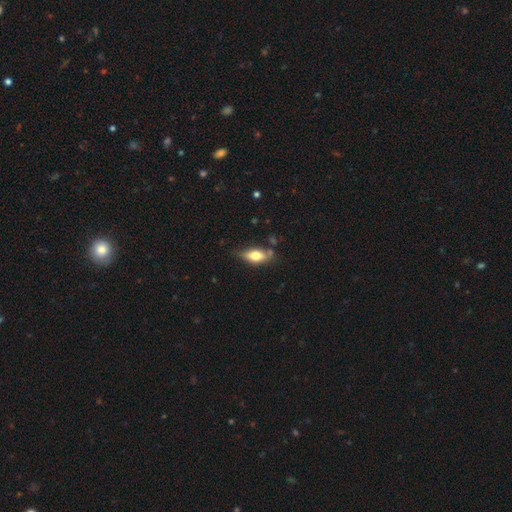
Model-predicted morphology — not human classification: A smooth galaxy with no disk features (62%) that is in between round and cigar-shaped (78%). Merging: none (66%).